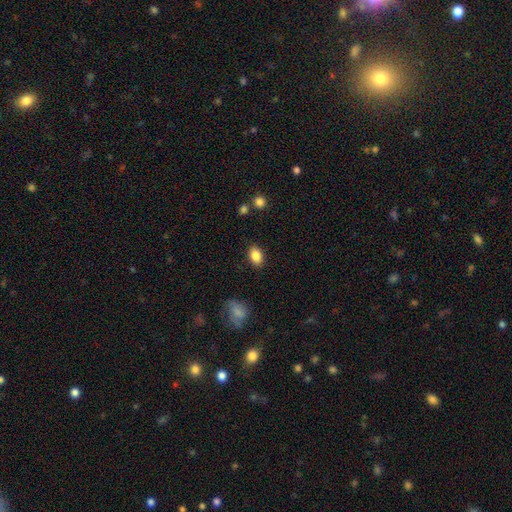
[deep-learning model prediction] A smooth galaxy with no disk features (86%) that is in between round and cigar-shaped (84%). Merging: none (86%).